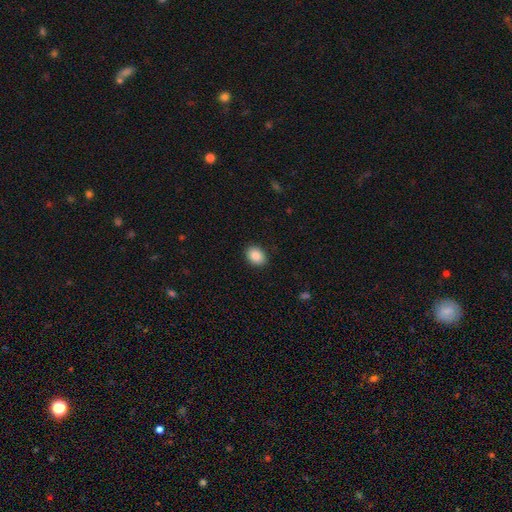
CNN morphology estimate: smooth 89%, star or artifact 8%, featured or disk 3%. Down the decision tree: how rounded — in between (68%); merging — none (90%).